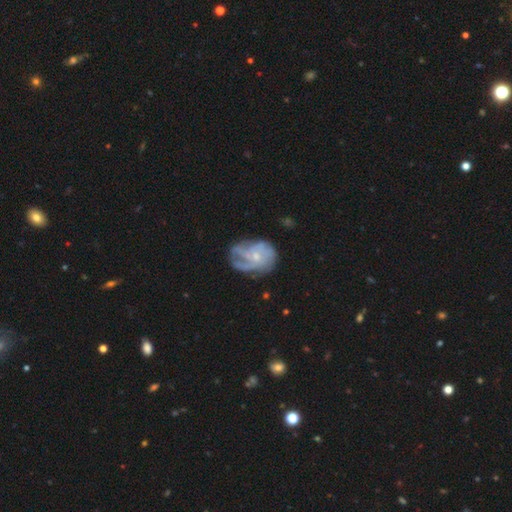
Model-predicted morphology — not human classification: Q: Smooth or featured?
A: featured or disk (71%); runner-up: smooth (21%)
Q: Edge-on disk?
A: no (98%); runner-up: yes (2%)
Q: Bar?
A: no (76%); runner-up: weak (21%)
Q: Spiral arms?
A: yes (76%); runner-up: no (24%)
Q: Spiral winding?
A: medium (39%); runner-up: tight (37%)
Q: Spiral arm count?
A: can't tell (39%); runner-up: 3 (23%)
Q: Bulge size?
A: small (64%); runner-up: moderate (27%)
Q: Merging?
A: none (48%); runner-up: minor disturbance (26%)